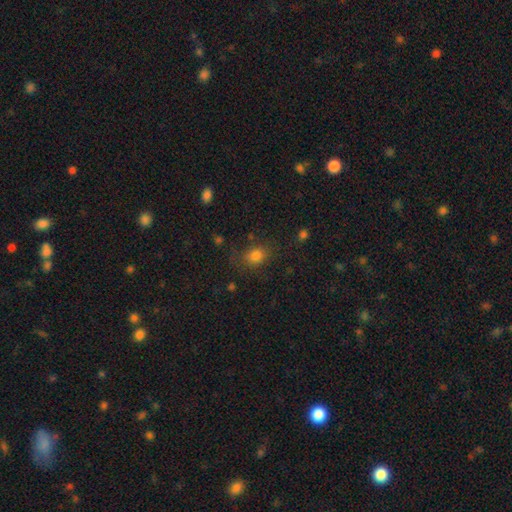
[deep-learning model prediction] Smooth or featured? Predicted: smooth (p=0.80). How rounded? Predicted: in between (p=0.56). Merging? Predicted: none (p=0.73).